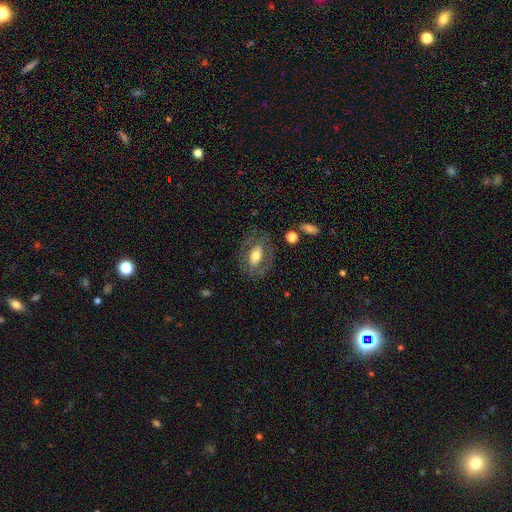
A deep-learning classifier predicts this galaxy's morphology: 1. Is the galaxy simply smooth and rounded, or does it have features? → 50% featured or disk, 43% smooth, 7% star or artifact.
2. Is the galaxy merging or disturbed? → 72% none, 15% minor disturbance, 11% major disturbance, 2% merger.